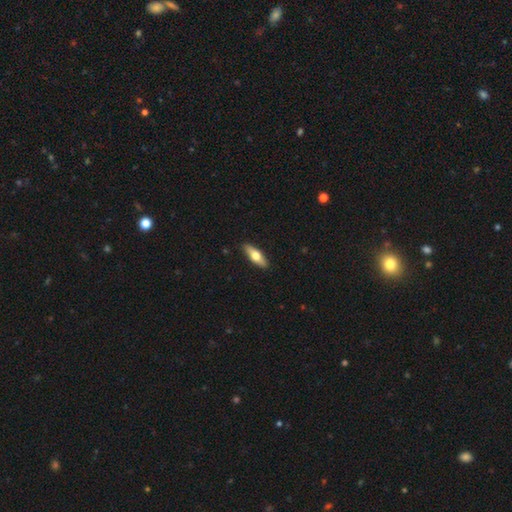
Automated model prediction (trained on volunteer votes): smooth 55%, featured or disk 40%, star or artifact 5%. Down the decision tree: how rounded — in between (51%); merging — none (90%).